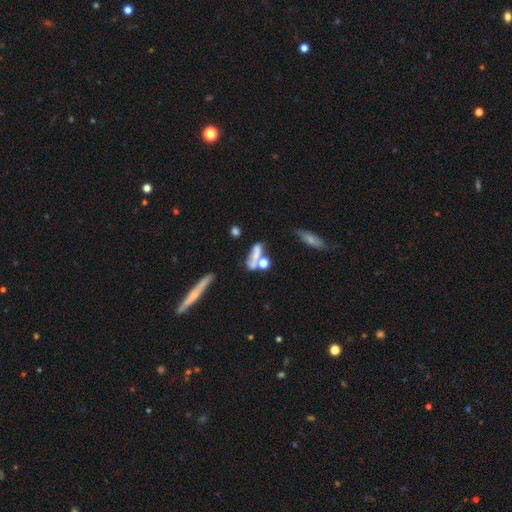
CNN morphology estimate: Smooth or featured? smooth (58%)
How rounded? in between (51%)
Merging? merger (37%)